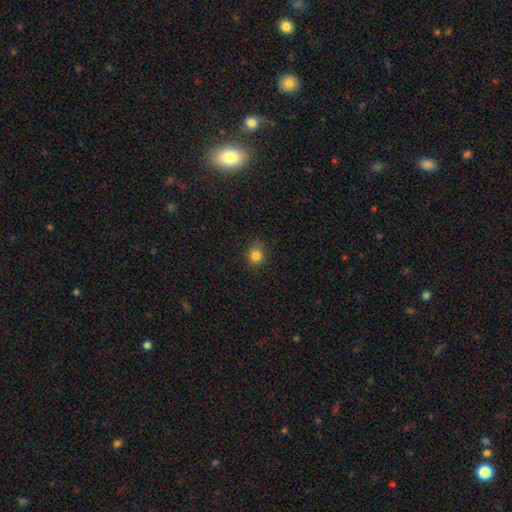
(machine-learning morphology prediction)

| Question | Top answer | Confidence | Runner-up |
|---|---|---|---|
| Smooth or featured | smooth | 82% | star or artifact (13%) |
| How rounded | round | 80% | in between (19%) |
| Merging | none | 82% | minor disturbance (14%) |